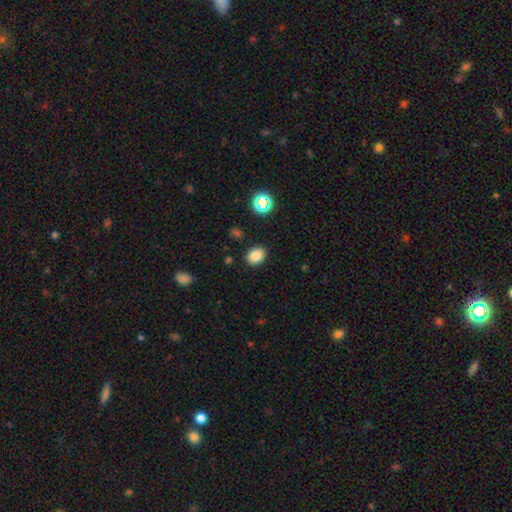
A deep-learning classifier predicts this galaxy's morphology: Smooth or featured?
  - smooth: 83% *
  - star or artifact: 12%
  - featured or disk: 5%
How rounded?
  - in between: 66% *
  - round: 33%
  - cigar-shaped: 1%
Merging?
  - none: 87% *
  - minor disturbance: 8%
  - major disturbance: 3%
  - merger: 2%